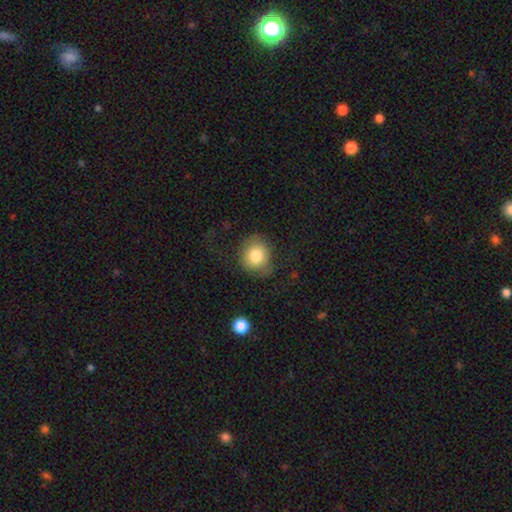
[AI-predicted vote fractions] Q: Smooth or featured?
A: smooth (80%); runner-up: featured or disk (11%)
Q: How rounded?
A: round (81%); runner-up: in between (18%)
Q: Merging?
A: none (70%); runner-up: minor disturbance (19%)